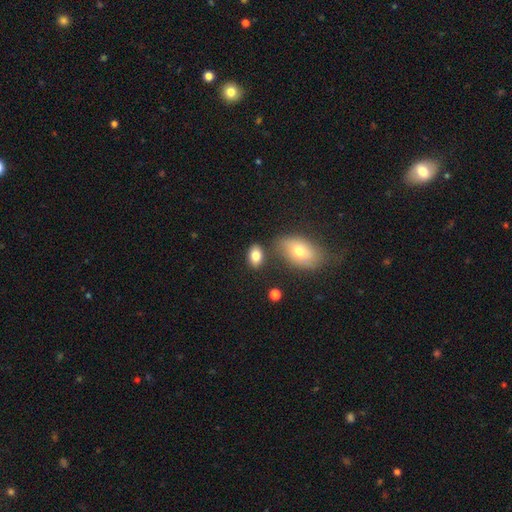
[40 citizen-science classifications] smooth 82%, star or artifact 10%, featured or disk 8%. Down the decision tree: how rounded — in between (94%); merging — none (78%).